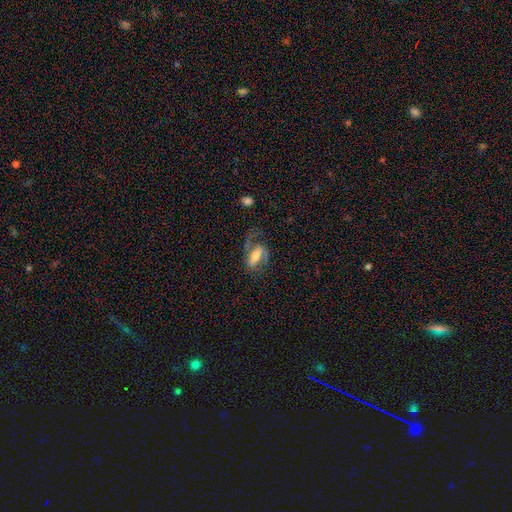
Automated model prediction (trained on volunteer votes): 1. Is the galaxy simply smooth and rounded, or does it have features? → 63% featured or disk, 30% smooth, 7% star or artifact.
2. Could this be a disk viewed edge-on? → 91% no, 9% yes.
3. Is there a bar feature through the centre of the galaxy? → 46% strong, 32% weak, 22% no.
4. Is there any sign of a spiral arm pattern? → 82% yes, 18% no.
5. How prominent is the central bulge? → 58% moderate, 21% small, 16% large, 3% none, 2% dominant.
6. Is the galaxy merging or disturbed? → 48% none, 29% major disturbance, 20% minor disturbance, 2% merger.